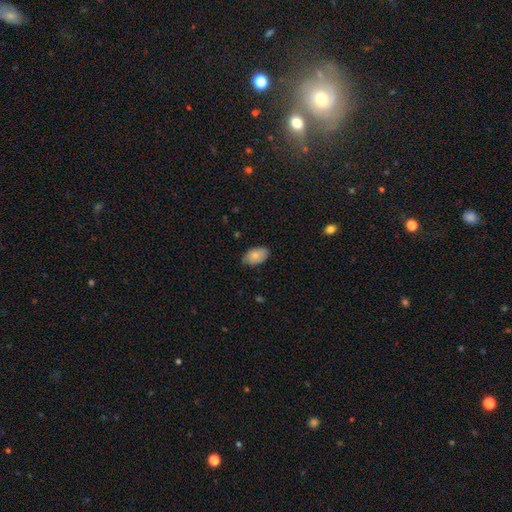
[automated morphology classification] This is likely a smooth galaxy (79%). How rounded: clearly in between (94%). Merging: likely none (77%).